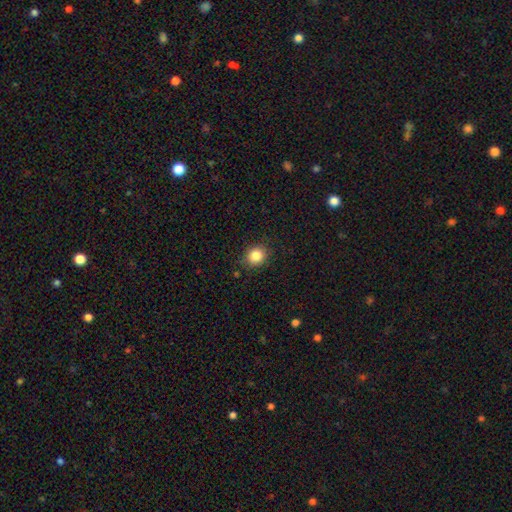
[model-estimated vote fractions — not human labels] Smooth or featured? smooth (85%)
How rounded? round (77%)
Merging? none (87%)